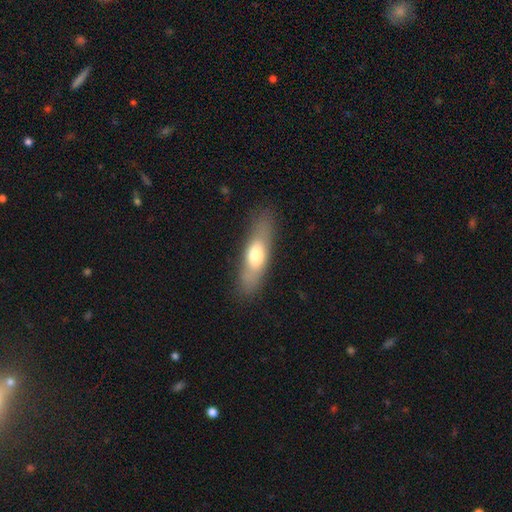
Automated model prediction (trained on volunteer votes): A smooth galaxy with no disk features (62%) that is cigar-shaped (51%). Merging: none (81%).